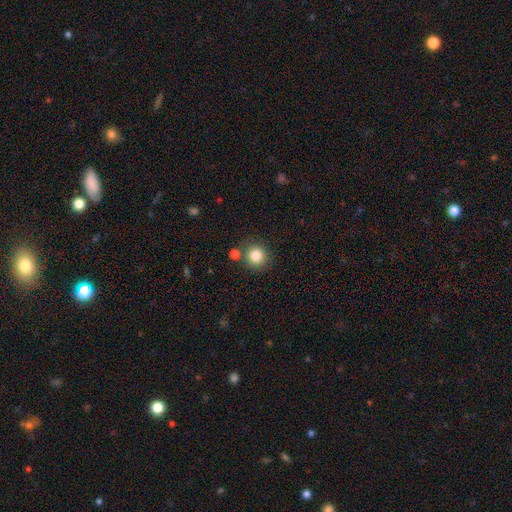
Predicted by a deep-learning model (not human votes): smooth 83%, star or artifact 10%, featured or disk 6%. Down the decision tree: how rounded — round (91%); merging — none (75%).